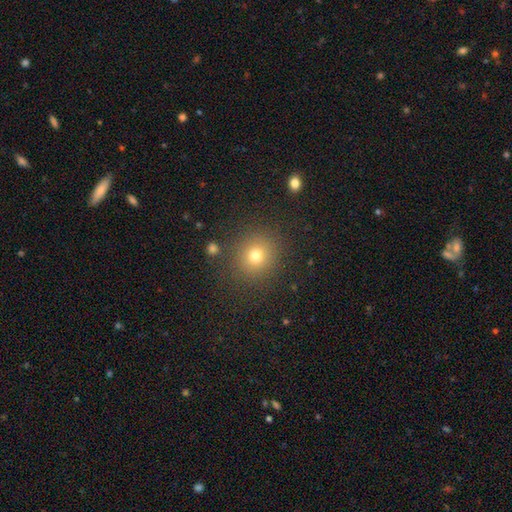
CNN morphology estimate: type=smooth (74%); roundness=round (85%); merging=none (86%).